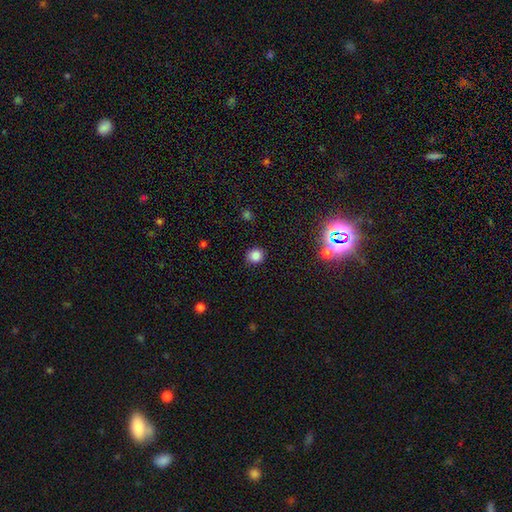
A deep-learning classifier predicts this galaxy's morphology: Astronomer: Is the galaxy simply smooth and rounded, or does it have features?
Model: smooth — 82%.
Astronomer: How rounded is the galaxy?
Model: round — 82%.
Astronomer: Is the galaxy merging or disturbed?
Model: none — 88%.